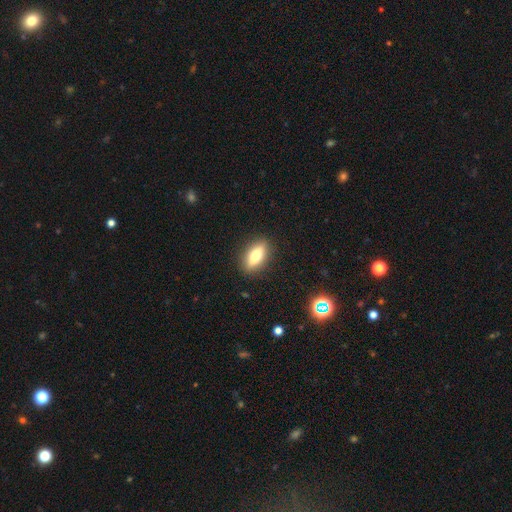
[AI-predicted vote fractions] A smooth galaxy with no disk features (66%) that is in between round and cigar-shaped (70%).

Vote fractions:
- Smooth or featured? smooth: 66% / featured or disk: 27% / star or artifact: 8%
- How rounded? in between: 70% / cigar-shaped: 25% / round: 4%
- Merging? none: 88% / minor disturbance: 8% / major disturbance: 2% / merger: 1%